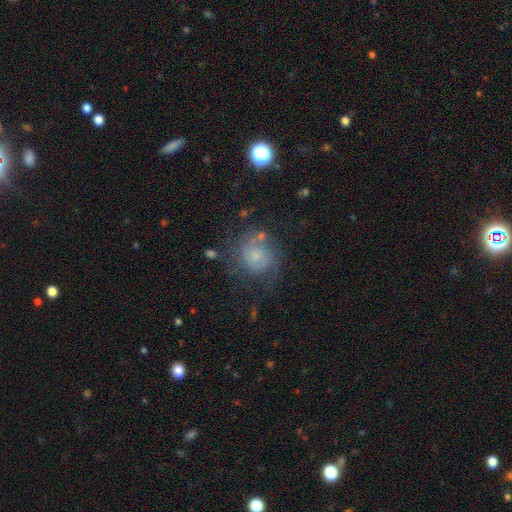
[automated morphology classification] Smooth or featured? featured or disk (58%)
Edge-on disk? no (98%)
Bar? no (78%)
Spiral arms? yes (81%)
Bulge size? small (57%)
Merging? none (57%)